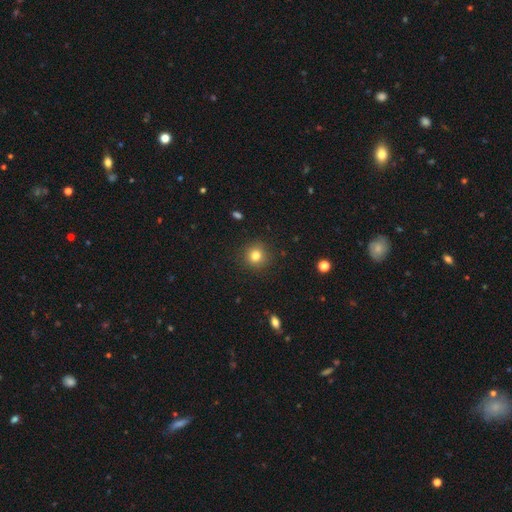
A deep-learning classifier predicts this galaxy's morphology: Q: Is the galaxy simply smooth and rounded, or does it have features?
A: smooth — 82%.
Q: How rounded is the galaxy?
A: round — 90%.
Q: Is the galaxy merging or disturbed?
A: none — 90%.